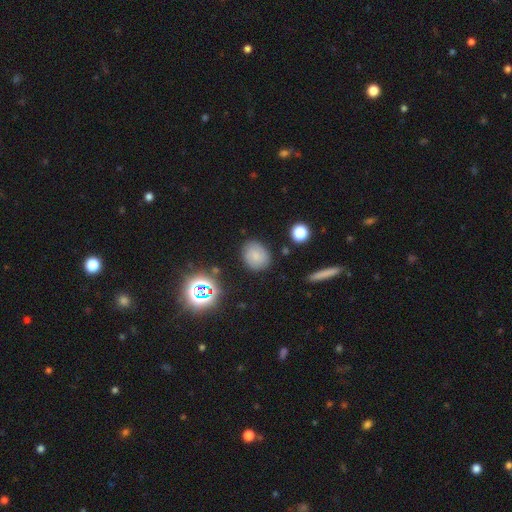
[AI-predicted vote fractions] The model was most divided on "how rounded": round: 57%, in between: 41%, cigar-shaped: 1%. More confident: merging — none (81%); smooth or featured — smooth (68%).